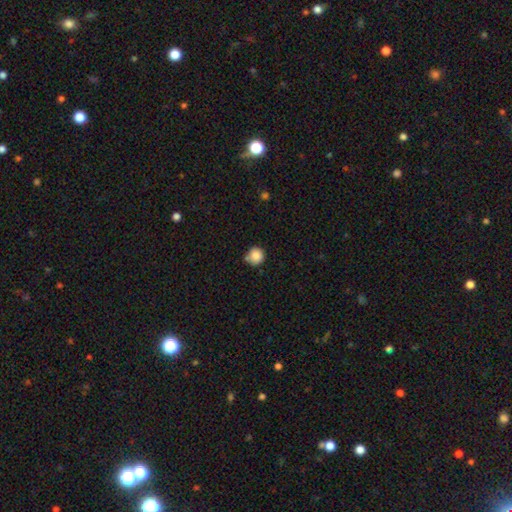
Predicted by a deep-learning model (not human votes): smooth 85%, star or artifact 10%, featured or disk 5%. Down the decision tree: how rounded — round (92%); merging — none (67%).